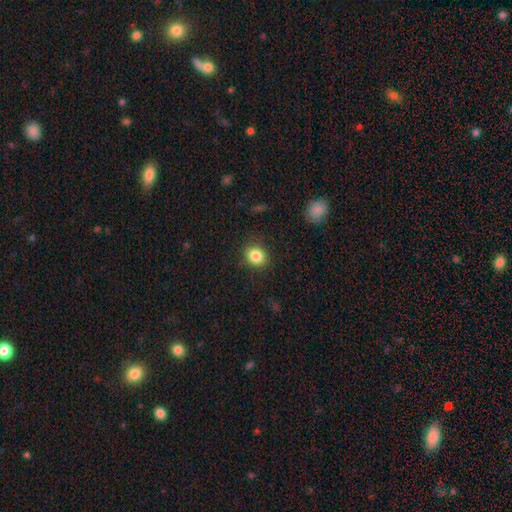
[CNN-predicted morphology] This appears to be a smooth galaxy with no disk features (84%) that is round (66%). Merging: none (85%).